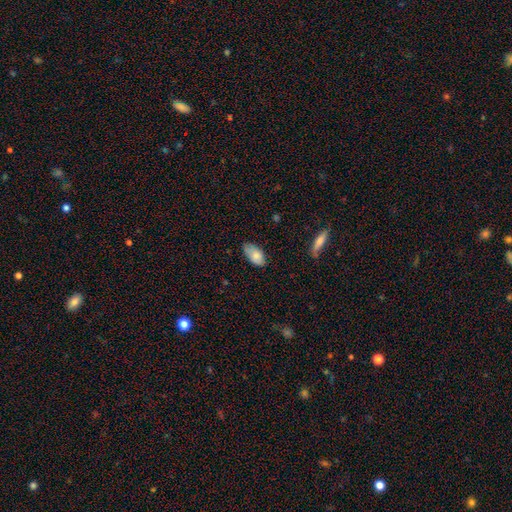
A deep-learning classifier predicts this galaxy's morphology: smooth 80%, featured or disk 14%, star or artifact 7%. Down the decision tree: how rounded — in between (94%); merging — none (65%).